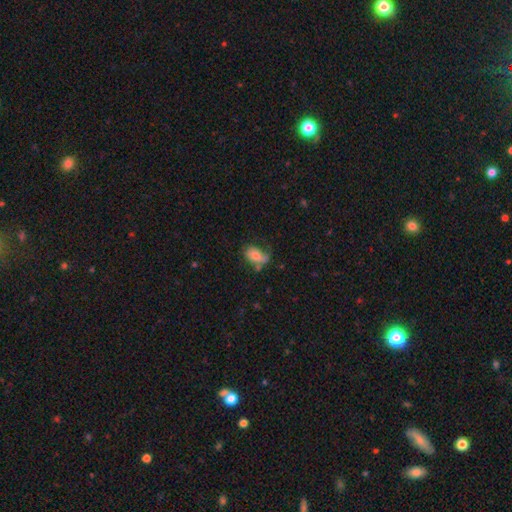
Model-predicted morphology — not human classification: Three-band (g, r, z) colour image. It shows a smooth galaxy with no disk features (63%) that is in between round and cigar-shaped (84%). Merging: none (39%).